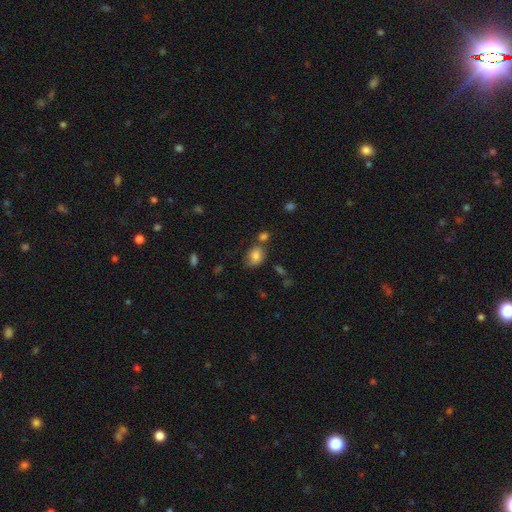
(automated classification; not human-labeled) Smooth or featured? Predicted: smooth (p=0.80). How rounded? Predicted: in between (p=0.60). Merging? Predicted: none (p=0.59).